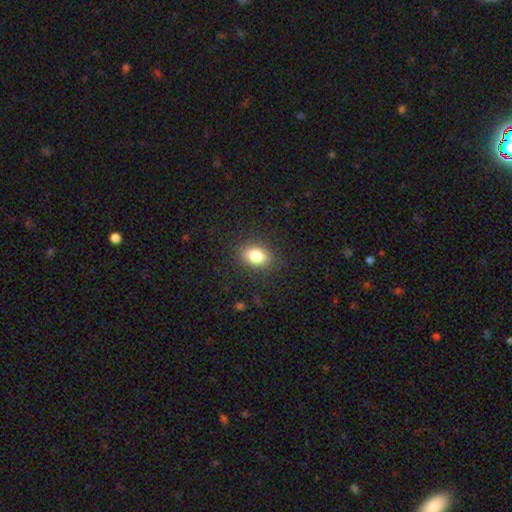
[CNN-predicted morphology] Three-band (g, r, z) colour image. It shows a smooth galaxy with no disk features (82%) that is in between round and cigar-shaped (75%). Merging: none (86%).